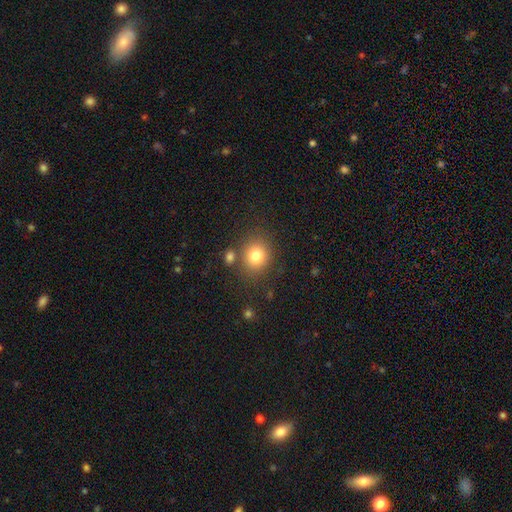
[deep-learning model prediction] Morphology: type=smooth (81%); roundness=round (75%); merging=none (77%).